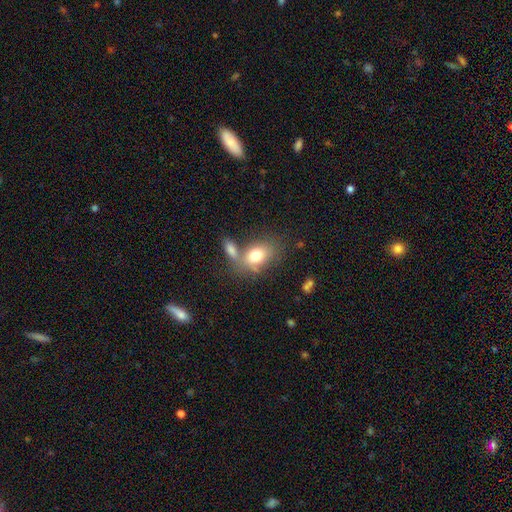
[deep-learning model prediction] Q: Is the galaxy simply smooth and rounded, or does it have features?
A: smooth — 75%.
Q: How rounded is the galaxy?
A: in between — 80%.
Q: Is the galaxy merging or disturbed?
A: none — 44%.